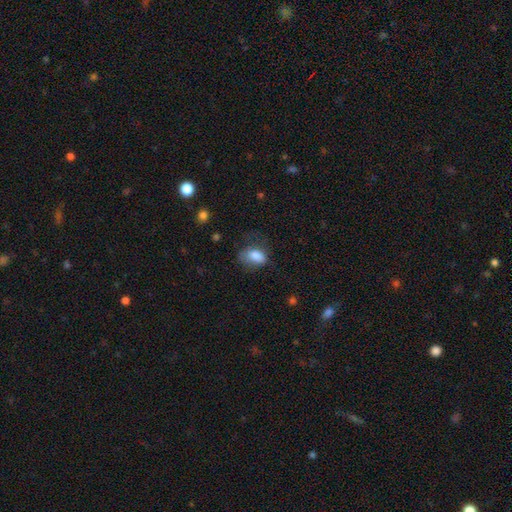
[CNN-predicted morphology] Smooth or featured? smooth (81%)
How rounded? in between (85%)
Merging? none (39%)